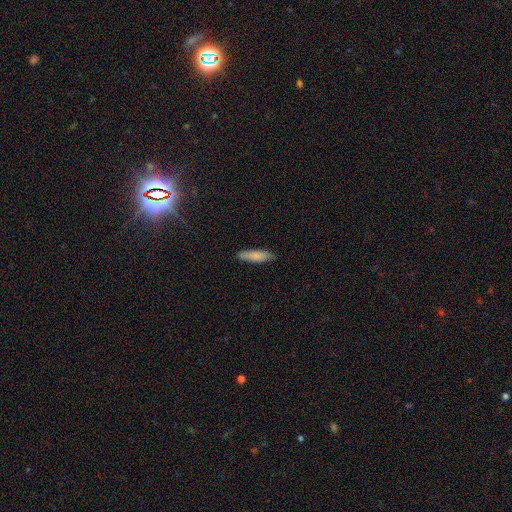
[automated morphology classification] A smooth galaxy with no disk features (82%) that is cigar-shaped (70%).

Vote fractions:
- Smooth or featured? smooth: 82% / featured or disk: 12% / star or artifact: 6%
- How rounded? cigar-shaped: 70% / in between: 28% / round: 1%
- Merging? none: 83% / minor disturbance: 14% / major disturbance: 2% / merger: 1%